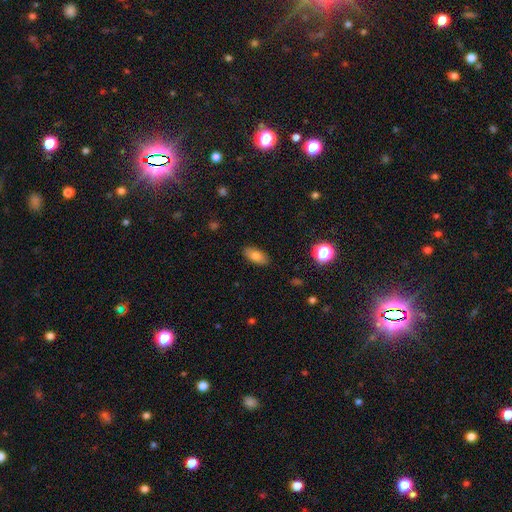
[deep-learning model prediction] Smooth or featured: smooth — 78% (featured or disk — 13%)
How rounded: in between — 89% (cigar-shaped — 7%)
Merging: none — 88% (minor disturbance — 9%)